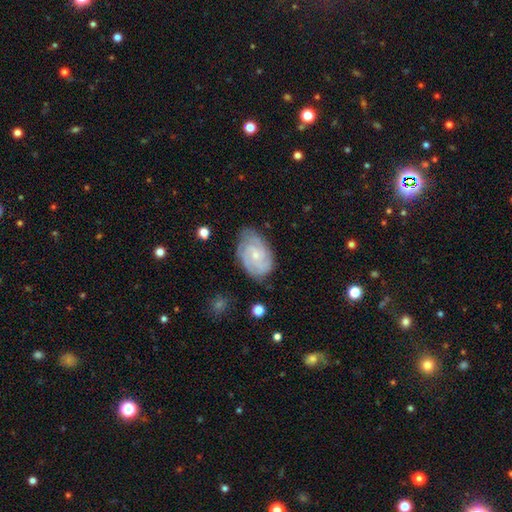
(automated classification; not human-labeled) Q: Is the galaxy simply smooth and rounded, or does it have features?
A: featured or disk — 81%.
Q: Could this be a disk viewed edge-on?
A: no — 97%.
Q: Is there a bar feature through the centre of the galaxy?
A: no — 63%.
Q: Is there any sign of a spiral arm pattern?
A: yes — 96%.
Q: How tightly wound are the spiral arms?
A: tight — 65%.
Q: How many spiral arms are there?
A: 3 — 33%.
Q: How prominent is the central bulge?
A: small — 73%.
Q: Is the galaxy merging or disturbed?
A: none — 75%.